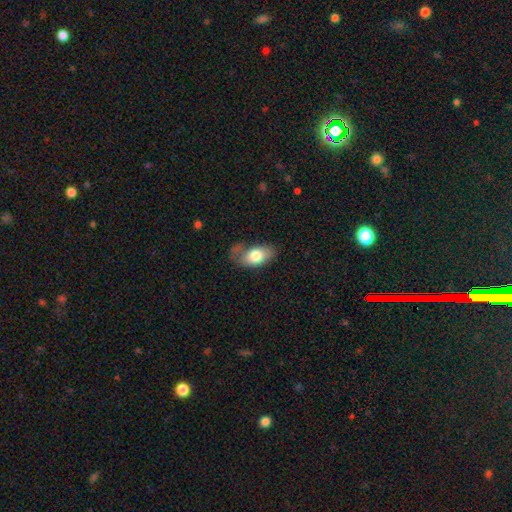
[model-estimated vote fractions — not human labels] smooth 75%, featured or disk 19%, star or artifact 6%. Down the decision tree: how rounded — in between (92%); merging — none (46%).